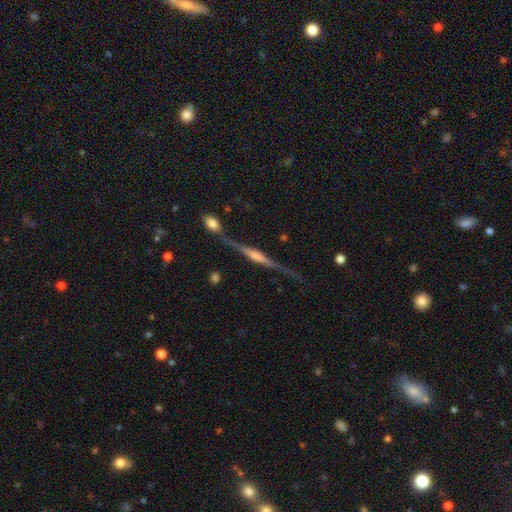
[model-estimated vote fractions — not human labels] Smooth or featured: featured or disk — 86% (smooth — 8%)
Edge-on disk: yes — 97% (no — 3%)
Edge-on bulge: rounded — 69% (boxy — 22%)
Merging: none — 76% (minor disturbance — 13%)